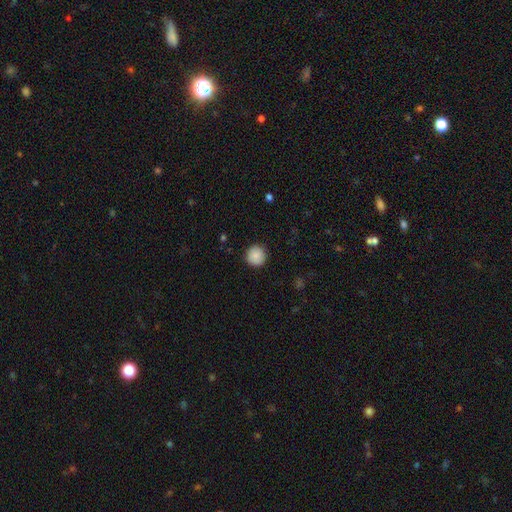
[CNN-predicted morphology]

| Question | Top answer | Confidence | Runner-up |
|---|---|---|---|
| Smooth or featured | smooth | 88% | star or artifact (8%) |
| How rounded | round | 95% | in between (4%) |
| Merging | none | 91% | minor disturbance (6%) |